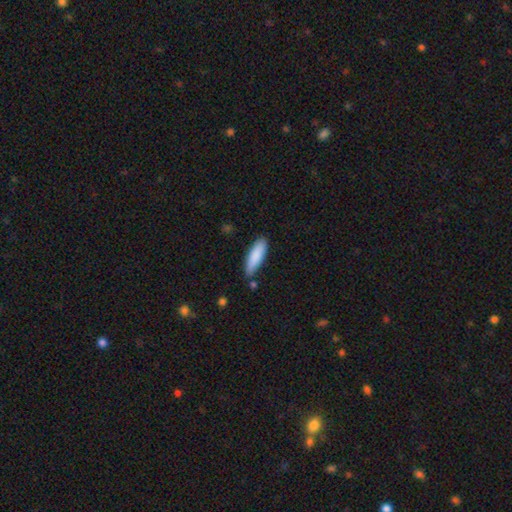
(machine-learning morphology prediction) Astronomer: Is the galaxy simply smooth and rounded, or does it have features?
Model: smooth — 86%.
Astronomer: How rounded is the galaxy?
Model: cigar-shaped — 53% (runner-up: in between, 46%).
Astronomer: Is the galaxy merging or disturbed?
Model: none — 77%.